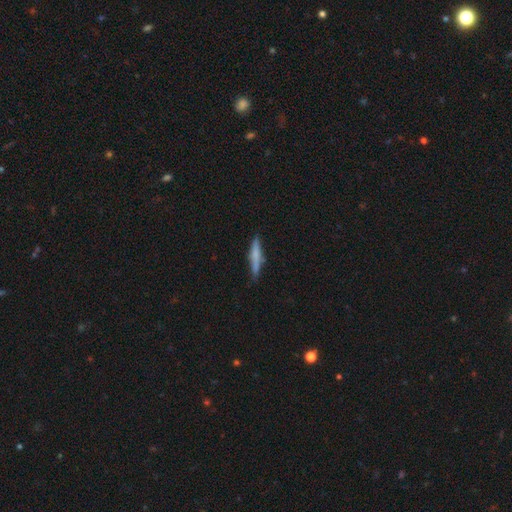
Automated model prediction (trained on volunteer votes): A smooth galaxy with no disk features (55%) that is cigar-shaped (91%).

Vote fractions:
- Smooth or featured? smooth: 55% / featured or disk: 39% / star or artifact: 7%
- How rounded? cigar-shaped: 91% / in between: 8% / round: 2%
- Merging? none: 80% / minor disturbance: 14% / major disturbance: 3% / merger: 2%